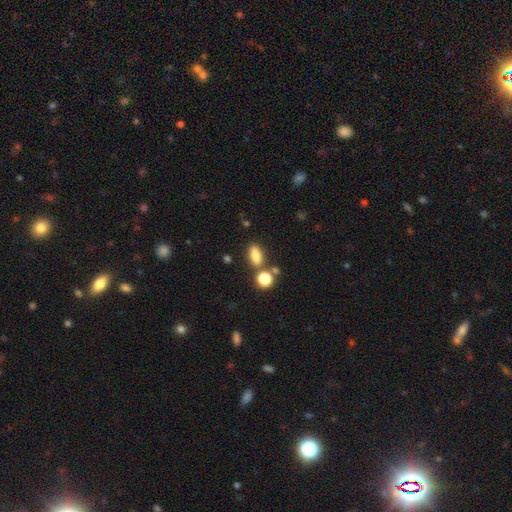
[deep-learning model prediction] This is clearly a smooth galaxy (82%). How rounded: likely in between (79%). Merging: likely none (70%).